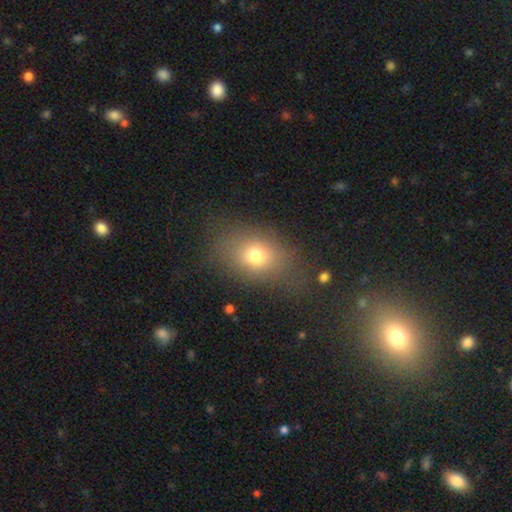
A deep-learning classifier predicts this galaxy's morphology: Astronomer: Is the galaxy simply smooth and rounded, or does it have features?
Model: smooth — 72%.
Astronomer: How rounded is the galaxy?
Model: in between — 65%.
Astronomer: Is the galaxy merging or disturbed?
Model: none — 69%.